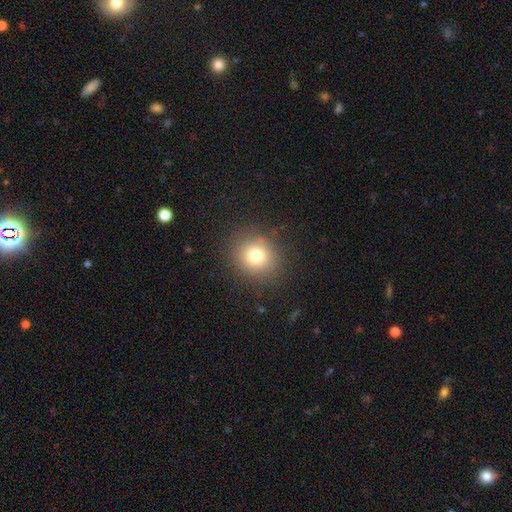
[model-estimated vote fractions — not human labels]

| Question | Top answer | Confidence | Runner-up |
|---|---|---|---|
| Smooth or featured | smooth | 76% | star or artifact (14%) |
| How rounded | round | 82% | in between (17%) |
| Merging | none | 86% | minor disturbance (8%) |